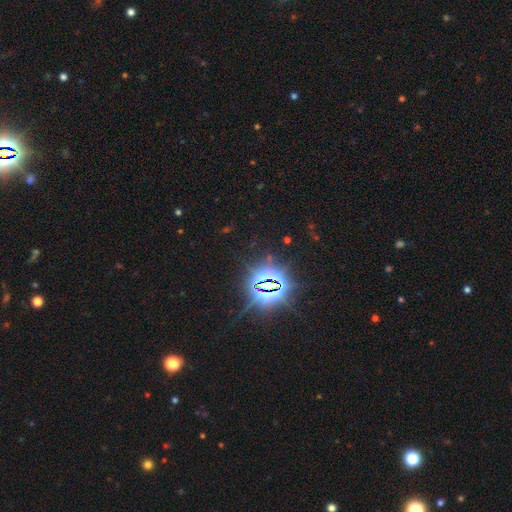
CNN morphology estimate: smooth_or_featured: star or artifact (p=0.84) [alt: smooth p=0.10]